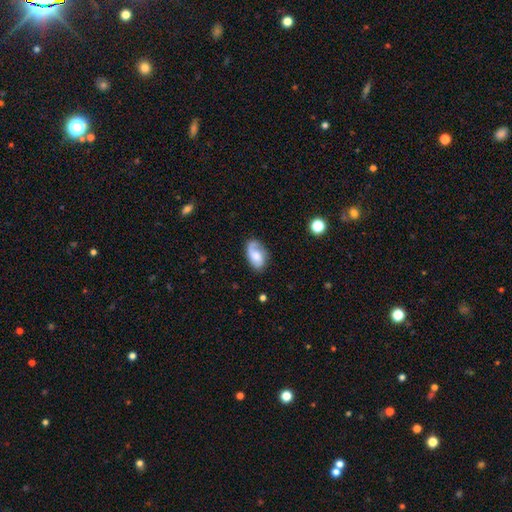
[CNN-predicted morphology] This appears to be a smooth galaxy with no disk features (47%). Merging: none (64%).